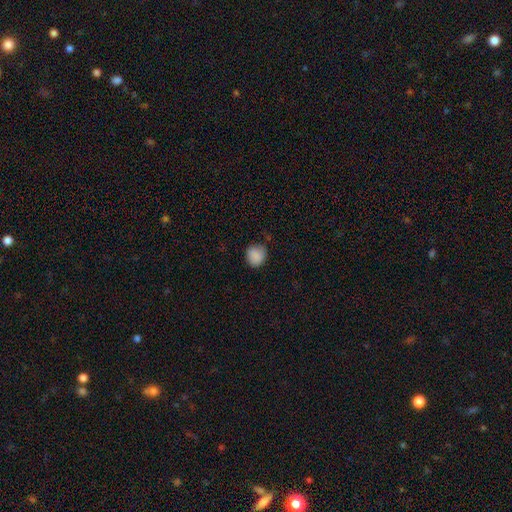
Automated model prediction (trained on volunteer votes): Q: Smooth or featured?
A: smooth (87%); runner-up: star or artifact (9%)
Q: How rounded?
A: round (82%); runner-up: in between (17%)
Q: Merging?
A: none (72%); runner-up: minor disturbance (22%)